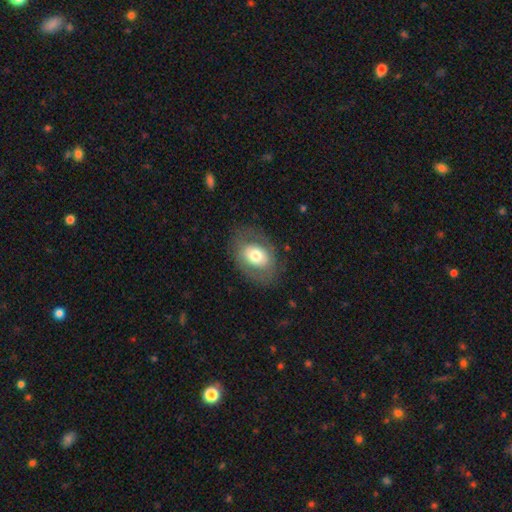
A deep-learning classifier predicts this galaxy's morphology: This appears to be a smooth galaxy with no disk features (62%) that is in between round and cigar-shaped (72%). Merging: none (76%).